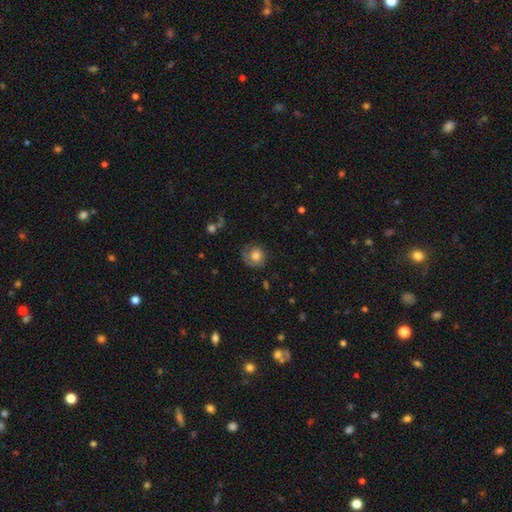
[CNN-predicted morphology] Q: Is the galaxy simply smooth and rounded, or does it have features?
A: smooth — 70%.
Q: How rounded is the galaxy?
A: round — 83%.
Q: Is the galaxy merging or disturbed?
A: none — 64%.